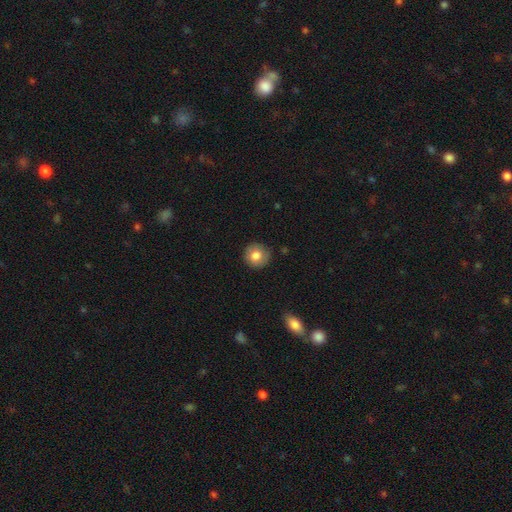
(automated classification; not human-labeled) A smooth galaxy with no disk features (82%) that is round (93%). Merging: none (87%).